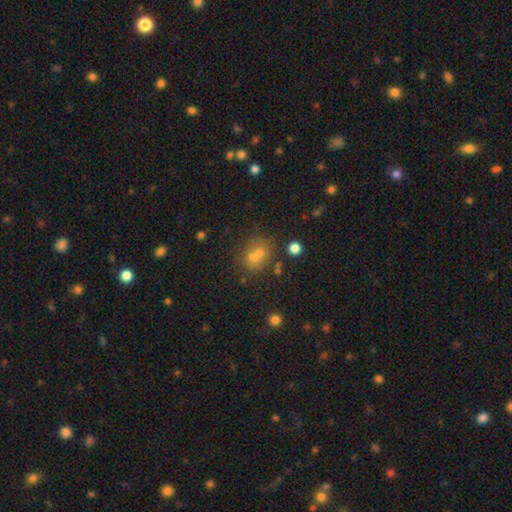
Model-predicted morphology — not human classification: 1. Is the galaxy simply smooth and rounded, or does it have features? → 55% smooth, 29% star or artifact, 15% featured or disk.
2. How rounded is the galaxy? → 67% round, 31% in between, 2% cigar-shaped.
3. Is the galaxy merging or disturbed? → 48% none, 38% merger, 9% minor disturbance, 5% major disturbance.